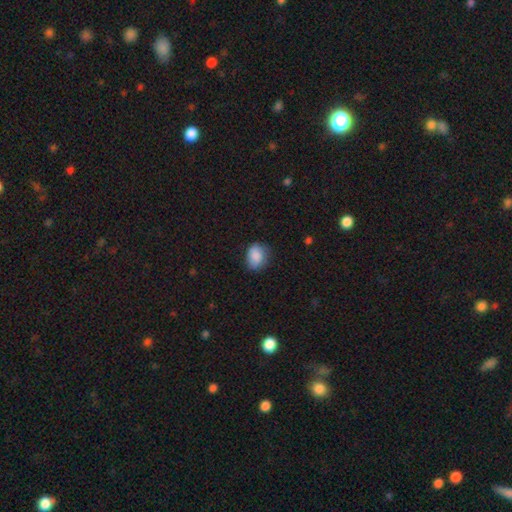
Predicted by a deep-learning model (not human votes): Smooth or featured?
  - smooth: 85% *
  - star or artifact: 7%
  - featured or disk: 7%
How rounded?
  - in between: 58% *
  - round: 41%
  - cigar-shaped: 1%
Merging?
  - none: 69% *
  - minor disturbance: 24%
  - major disturbance: 6%
  - merger: 1%